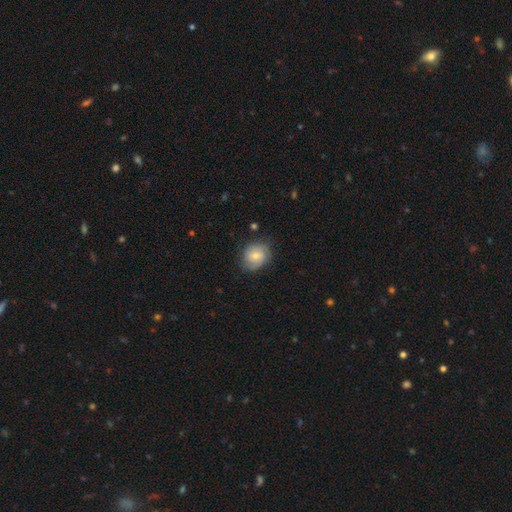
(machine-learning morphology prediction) A smooth galaxy with no disk features (53%) that is round (66%).

Vote fractions:
- Smooth or featured? smooth: 53% / featured or disk: 40% / star or artifact: 7%
- How rounded? round: 66% / in between: 33% / cigar-shaped: 1%
- Merging? none: 73% / minor disturbance: 20% / major disturbance: 6% / merger: 1%